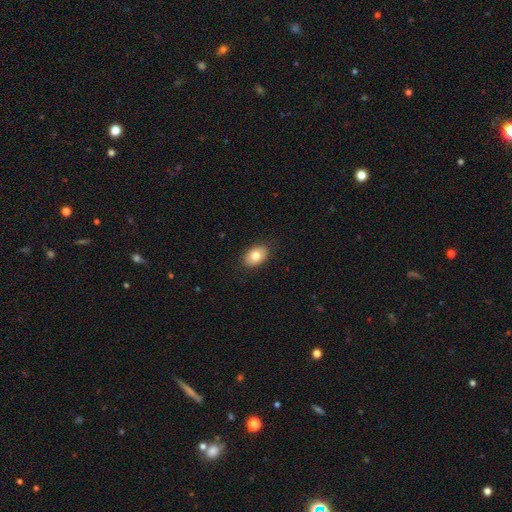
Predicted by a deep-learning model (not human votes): This appears to be a smooth galaxy with no disk features (78%) that is in between round and cigar-shaped (84%). Merging: none (87%).